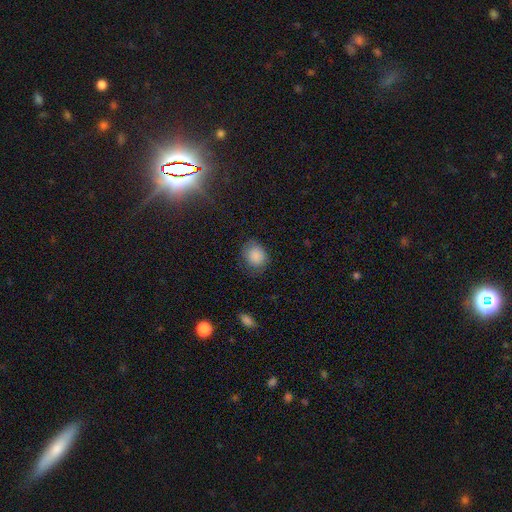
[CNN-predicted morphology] smooth_or_featured: smooth (p=0.87) [alt: star or artifact p=0.09]
how_rounded: round (p=0.60) [alt: in between p=0.39]
merging: none (p=0.75) [alt: minor disturbance p=0.18]